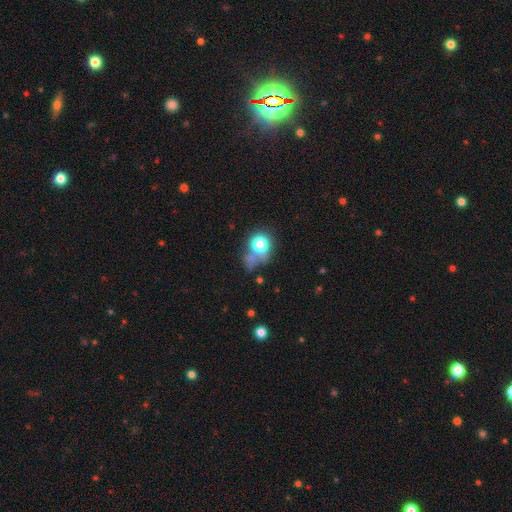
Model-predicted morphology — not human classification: type=smooth (70%); roundness=round (71%); merging=none (42%).